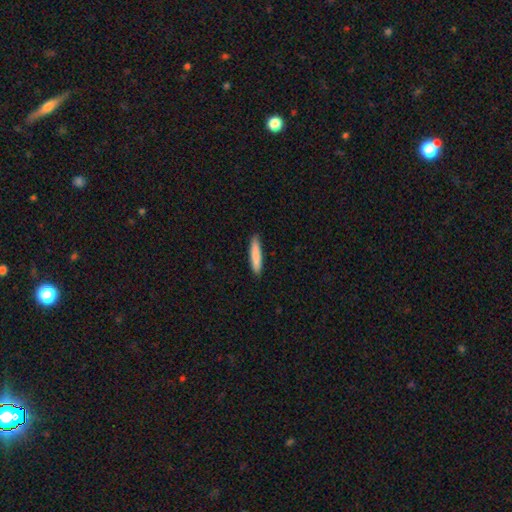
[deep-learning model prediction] This appears to be a smooth galaxy with no disk features (85%) that is cigar-shaped (88%). Merging: none (90%).